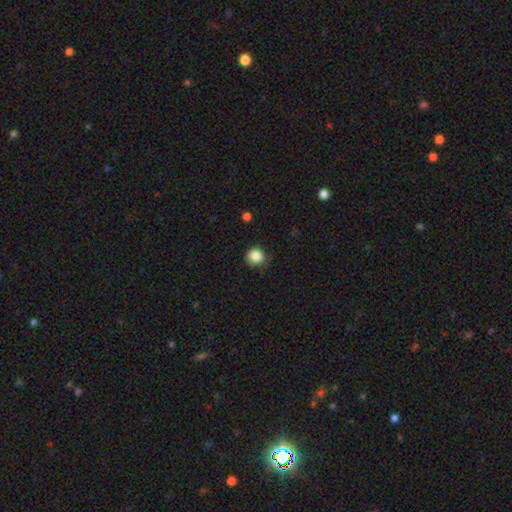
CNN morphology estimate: Smooth or featured?
  - smooth: 86% *
  - star or artifact: 10%
  - featured or disk: 4%
How rounded?
  - round: 89% *
  - in between: 10%
  - cigar-shaped: 1%
Merging?
  - none: 73% *
  - minor disturbance: 21%
  - major disturbance: 4%
  - merger: 1%